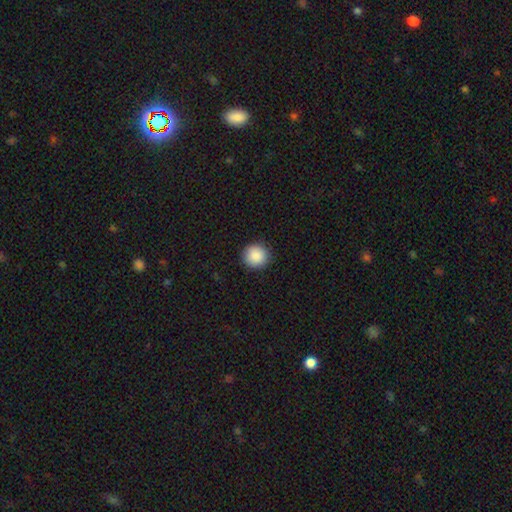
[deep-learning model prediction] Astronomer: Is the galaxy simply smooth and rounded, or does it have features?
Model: smooth — 89%.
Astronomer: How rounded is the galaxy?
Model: round — 93%.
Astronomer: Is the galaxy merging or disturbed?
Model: none — 92%.